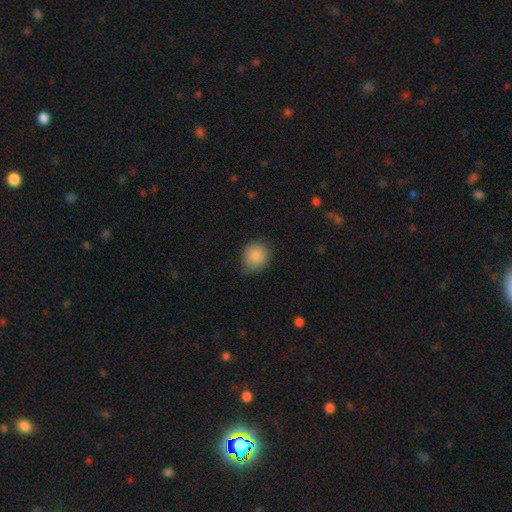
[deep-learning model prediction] smooth_or_featured: smooth (p=0.86) [alt: star or artifact p=0.08]
how_rounded: round (p=0.83) [alt: in between p=0.16]
merging: none (p=0.71) [alt: minor disturbance p=0.24]